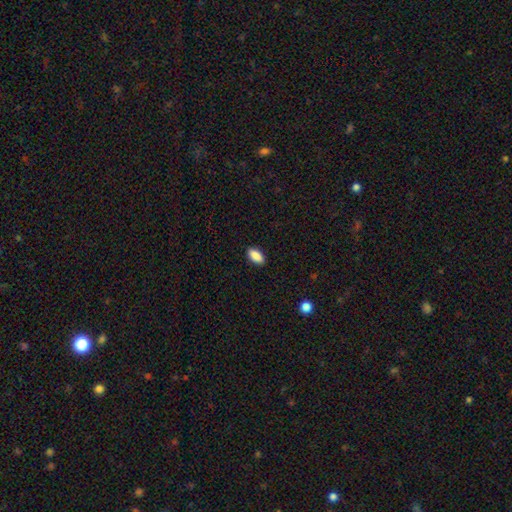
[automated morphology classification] A smooth galaxy with no disk features (89%) that is in between round and cigar-shaped (91%).

Vote fractions:
- Smooth or featured? smooth: 89% / star or artifact: 7% / featured or disk: 4%
- How rounded? in between: 91% / cigar-shaped: 6% / round: 3%
- Merging? none: 89% / minor disturbance: 8% / major disturbance: 2% / merger: 1%